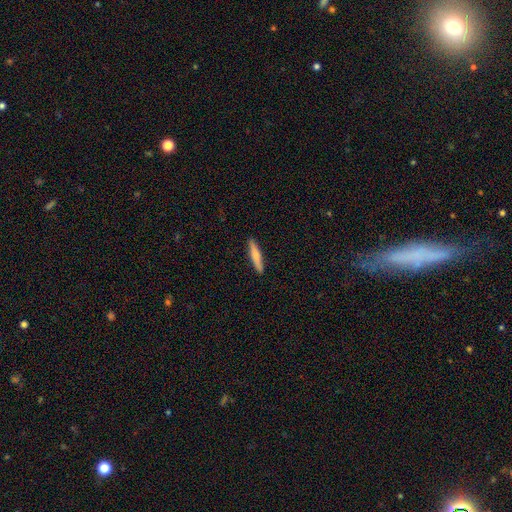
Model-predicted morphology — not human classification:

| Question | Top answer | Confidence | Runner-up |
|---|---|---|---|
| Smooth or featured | smooth | 67% | featured or disk (28%) |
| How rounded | cigar-shaped | 90% | in between (8%) |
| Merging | none | 91% | minor disturbance (6%) |